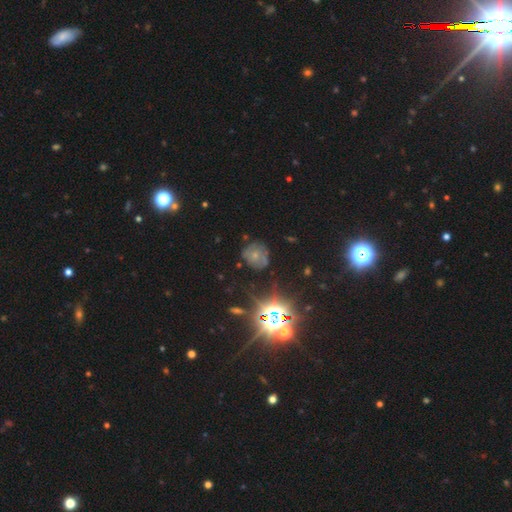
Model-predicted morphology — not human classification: Smooth or featured? star or artifact (37%)